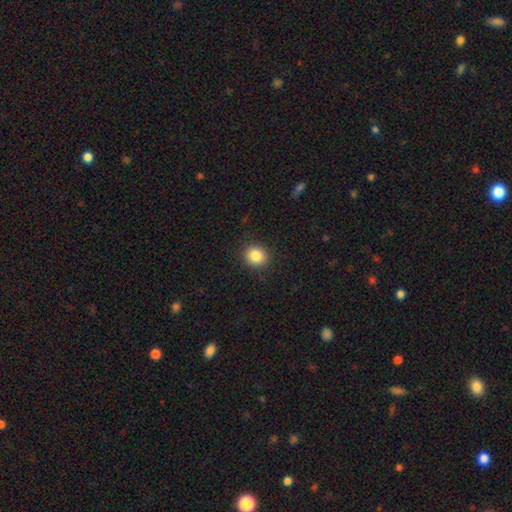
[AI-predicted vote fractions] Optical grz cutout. It shows a smooth galaxy with no disk features (85%) that is round (85%). Merging: none (90%).